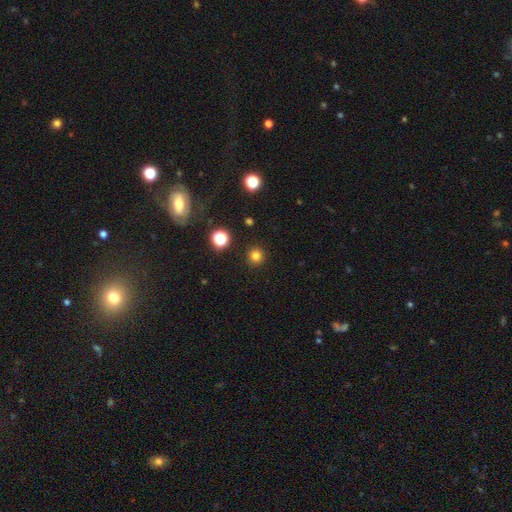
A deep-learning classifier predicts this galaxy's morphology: Smooth or featured?
  - smooth: 80% *
  - star or artifact: 16%
  - featured or disk: 5%
How rounded?
  - round: 94% *
  - in between: 5%
  - cigar-shaped: 1%
Merging?
  - none: 91% *
  - minor disturbance: 5%
  - major disturbance: 2%
  - merger: 1%